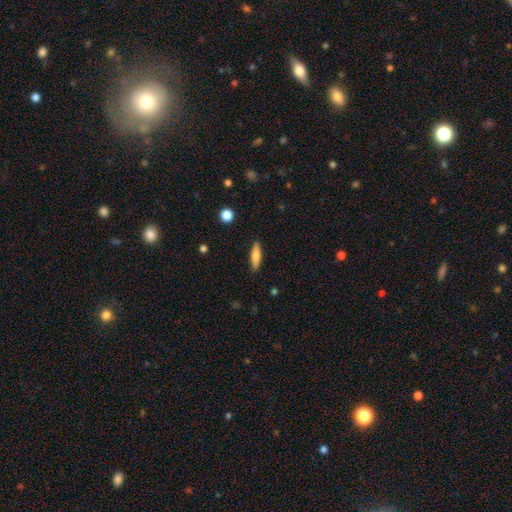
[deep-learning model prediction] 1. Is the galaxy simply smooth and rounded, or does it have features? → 74% smooth, 20% featured or disk, 6% star or artifact.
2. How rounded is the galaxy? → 71% cigar-shaped, 27% in between, 2% round.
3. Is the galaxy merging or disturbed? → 89% none, 8% minor disturbance, 2% major disturbance, 1% merger.